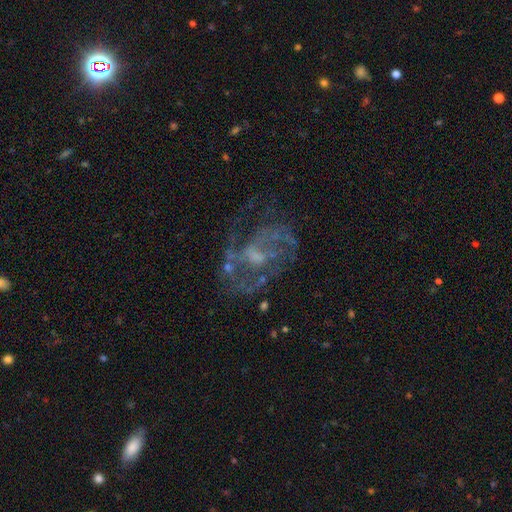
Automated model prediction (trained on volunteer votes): This appears to be a featured or disk galaxy (77%) with a weak bar (45%), 2 (48%) medium (49%) spiral arms (85%) and a small central bulge (53%). Merging: none (61%).